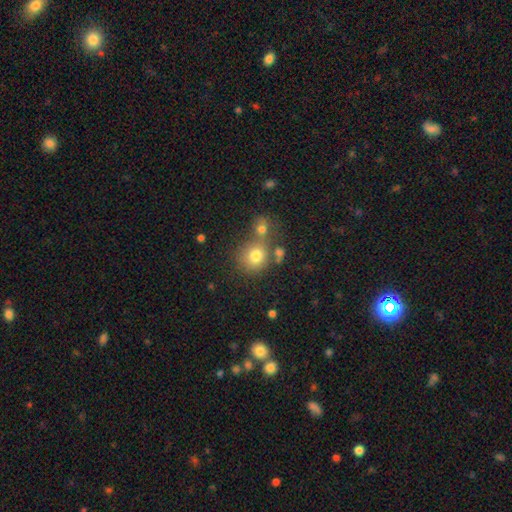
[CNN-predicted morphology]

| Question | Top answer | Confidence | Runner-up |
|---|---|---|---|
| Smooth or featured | smooth | 77% | star or artifact (13%) |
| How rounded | round | 83% | in between (16%) |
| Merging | none | 52% | merger (32%) |